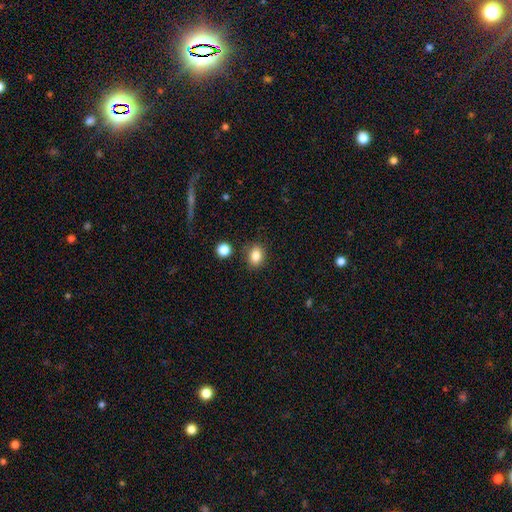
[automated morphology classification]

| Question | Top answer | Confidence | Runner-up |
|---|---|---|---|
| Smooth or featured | smooth | 84% | star or artifact (10%) |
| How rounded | in between | 64% | round (35%) |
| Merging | none | 84% | minor disturbance (10%) |